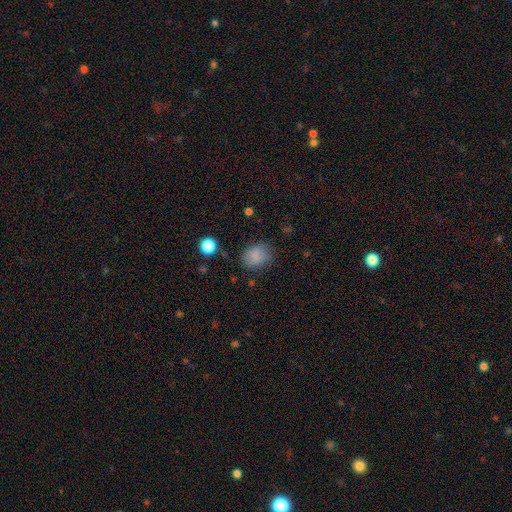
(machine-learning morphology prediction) Smooth or featured? smooth (82%)
How rounded? round (50%)
Merging? none (74%)